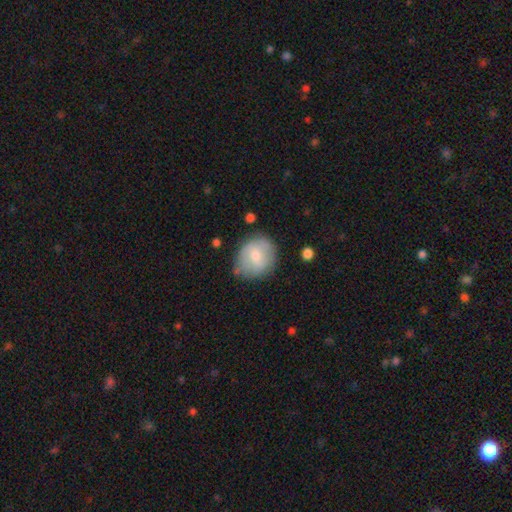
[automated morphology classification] Smooth or featured? smooth (64%)
How rounded? round (70%)
Merging? none (70%)